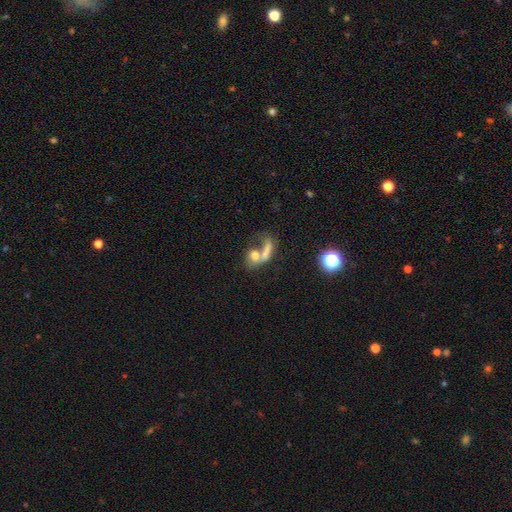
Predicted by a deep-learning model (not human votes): The model was most divided on "how rounded": in between: 58%, round: 32%, cigar-shaped: 10%. More confident: smooth or featured — smooth (61%); merging — merger (60%).